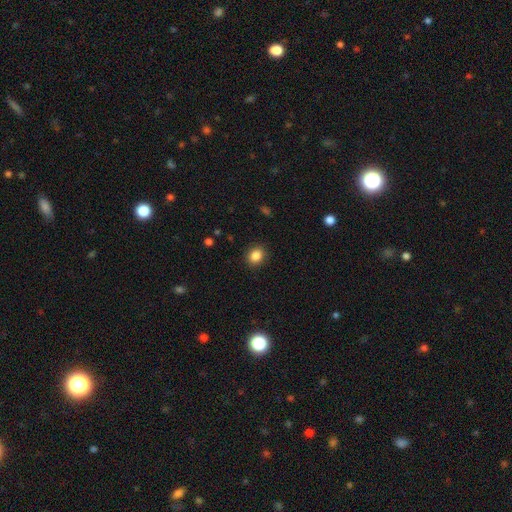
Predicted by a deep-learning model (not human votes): A smooth galaxy with no disk features (86%) that is round (69%). Merging: none (90%).